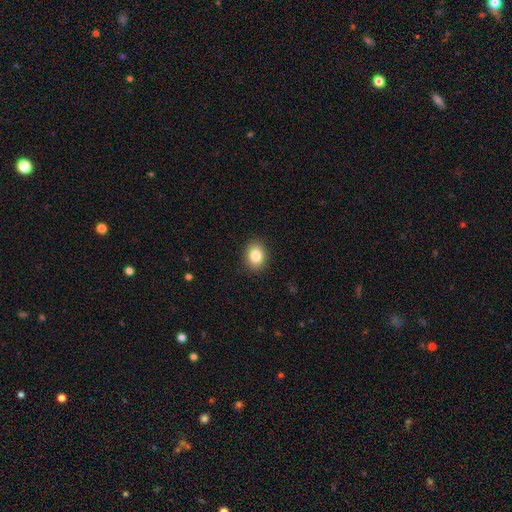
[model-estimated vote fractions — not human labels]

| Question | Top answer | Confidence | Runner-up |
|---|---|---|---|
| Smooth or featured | smooth | 84% | star or artifact (9%) |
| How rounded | in between | 56% | round (44%) |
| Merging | none | 90% | minor disturbance (7%) |